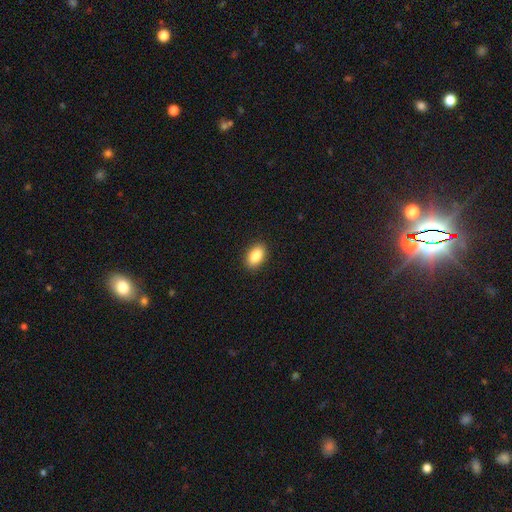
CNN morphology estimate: Overall: smooth (87%). How rounded: in between (90%). Merging: none (90%).